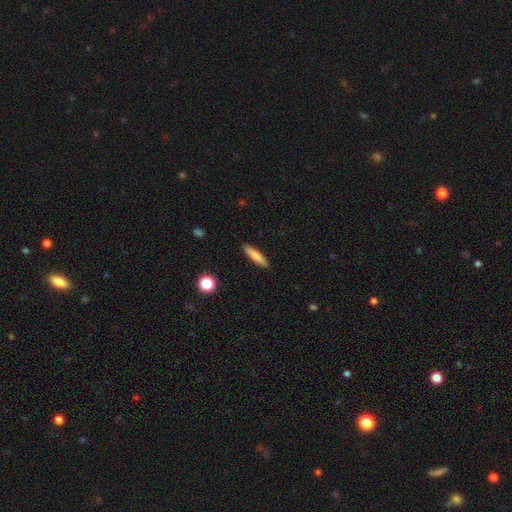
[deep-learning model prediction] A smooth galaxy with no disk features (77%) that is cigar-shaped (83%). Merging: none (90%).